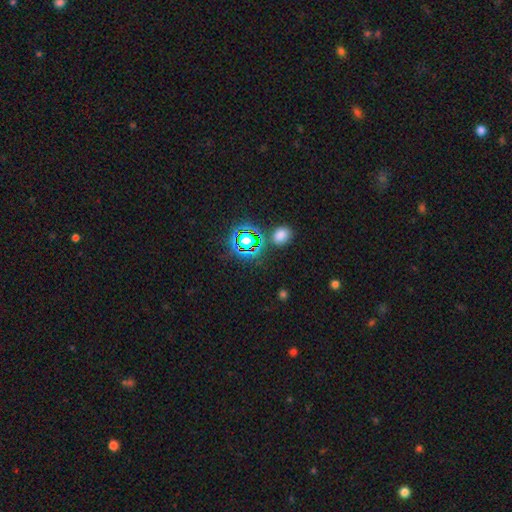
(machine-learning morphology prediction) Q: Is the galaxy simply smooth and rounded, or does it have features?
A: star or artifact — 72%.